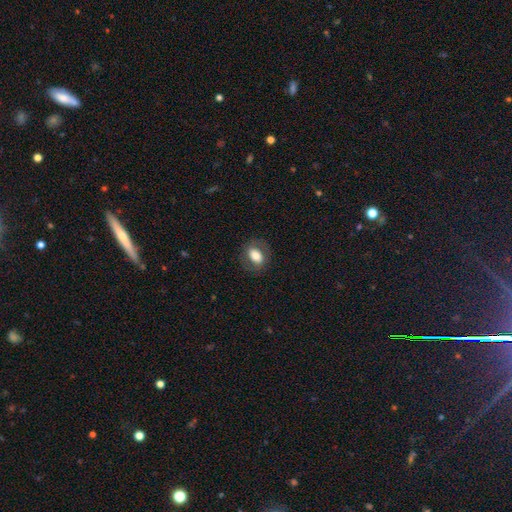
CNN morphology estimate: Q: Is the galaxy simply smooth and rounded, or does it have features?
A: smooth — 71%.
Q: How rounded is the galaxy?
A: in between — 74%.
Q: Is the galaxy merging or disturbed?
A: none — 80%.